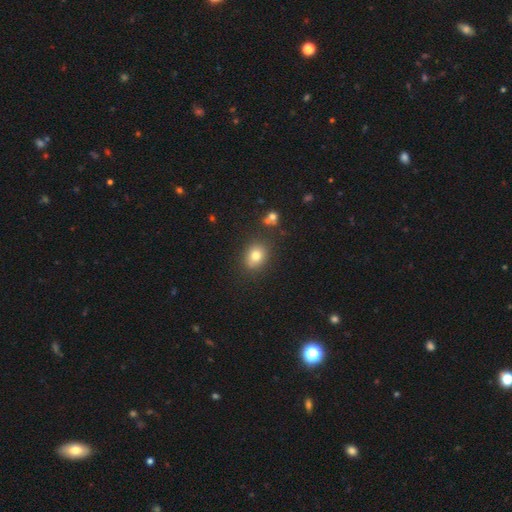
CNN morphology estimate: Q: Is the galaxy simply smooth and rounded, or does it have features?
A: smooth — 78%.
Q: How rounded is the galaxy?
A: round — 51%.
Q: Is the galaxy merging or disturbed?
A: none — 79%.